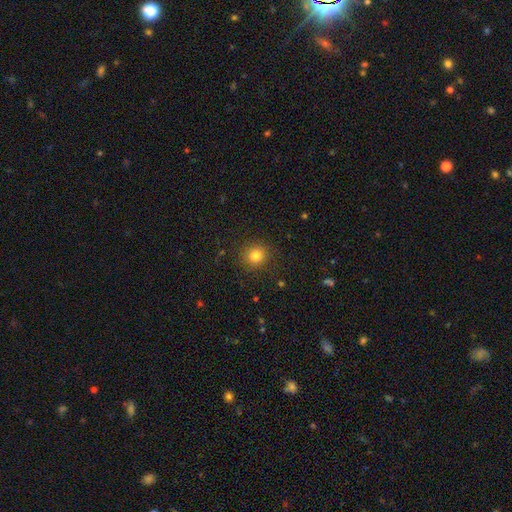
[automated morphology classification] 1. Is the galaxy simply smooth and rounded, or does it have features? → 81% smooth, 13% star or artifact, 6% featured or disk.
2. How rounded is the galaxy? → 90% round, 9% in between, 1% cigar-shaped.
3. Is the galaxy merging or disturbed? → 90% none, 7% minor disturbance, 3% major disturbance, 1% merger.